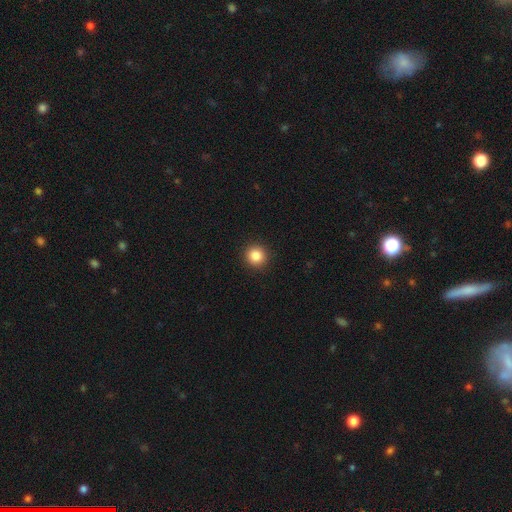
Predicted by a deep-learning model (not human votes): This is clearly a smooth galaxy (85%). How rounded: clearly round (94%). Merging: clearly none (93%).